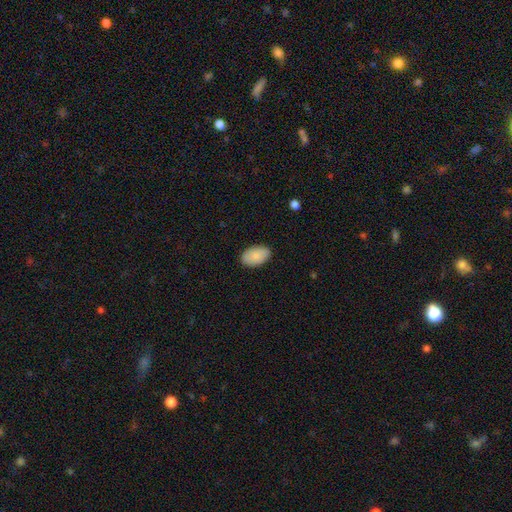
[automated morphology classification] Smooth or featured? smooth (89%)
How rounded? in between (94%)
Merging? none (88%)